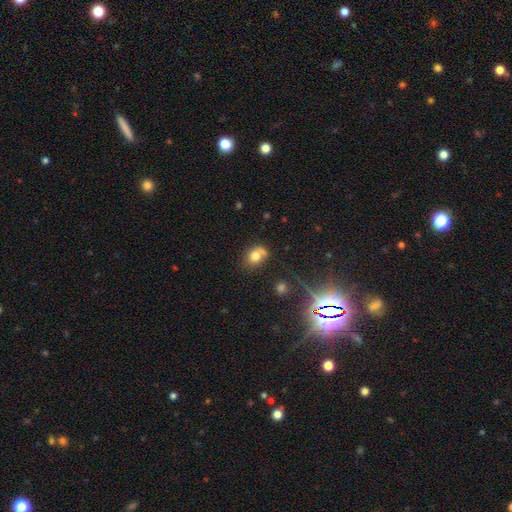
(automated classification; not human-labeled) Q: Smooth or featured?
A: smooth (73%); runner-up: star or artifact (14%)
Q: How rounded?
A: round (53%); runner-up: in between (46%)
Q: Merging?
A: none (49%); runner-up: merger (21%)